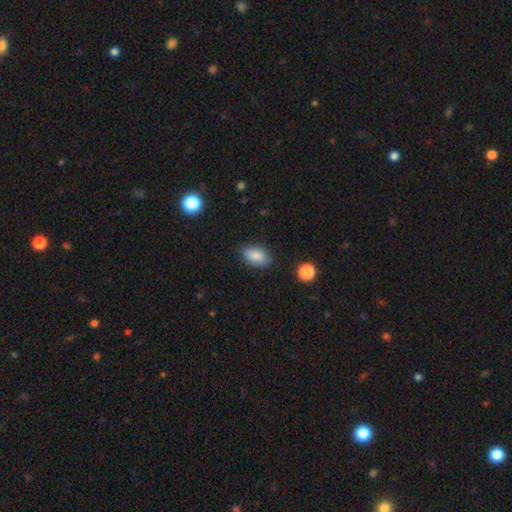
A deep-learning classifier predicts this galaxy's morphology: Smooth or featured? smooth (86%)
How rounded? in between (90%)
Merging? none (83%)